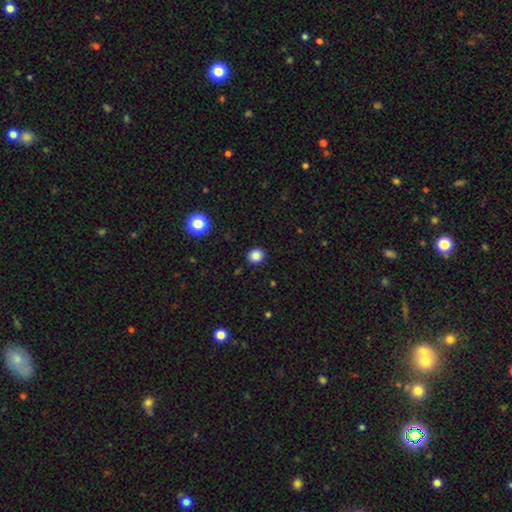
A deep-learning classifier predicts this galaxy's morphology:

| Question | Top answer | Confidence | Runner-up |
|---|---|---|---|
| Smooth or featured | smooth | 85% | star or artifact (11%) |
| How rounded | round | 80% | in between (19%) |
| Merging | none | 91% | minor disturbance (6%) |